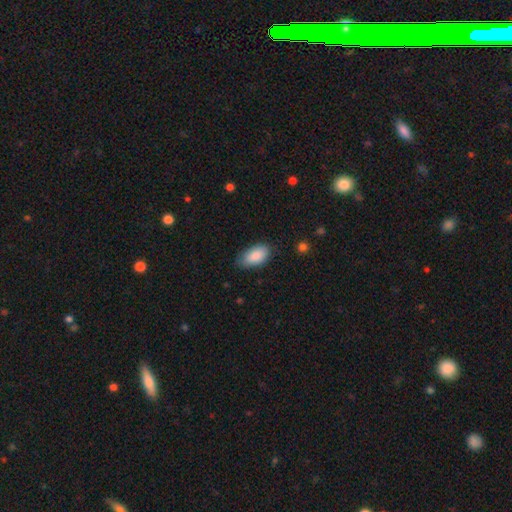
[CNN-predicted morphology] The model was most divided on "merging": none: 73%, minor disturbance: 21%, major disturbance: 4%, merger: 1%. More confident: how rounded — in between (94%); smooth or featured — smooth (88%).